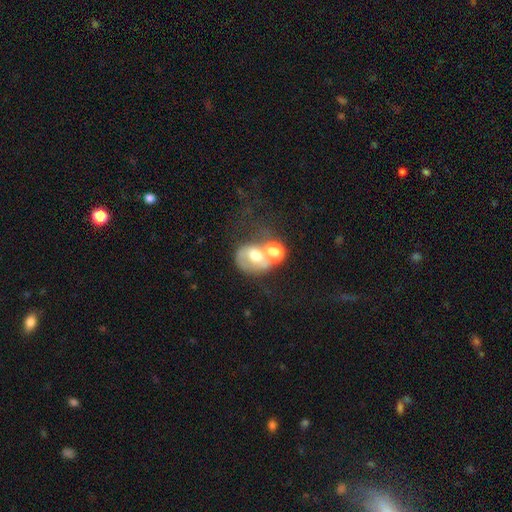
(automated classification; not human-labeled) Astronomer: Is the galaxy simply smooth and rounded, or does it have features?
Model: smooth — 44% (runner-up: featured or disk, 43%).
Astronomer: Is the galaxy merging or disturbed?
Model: merger — 47% (runner-up: none, 22%).